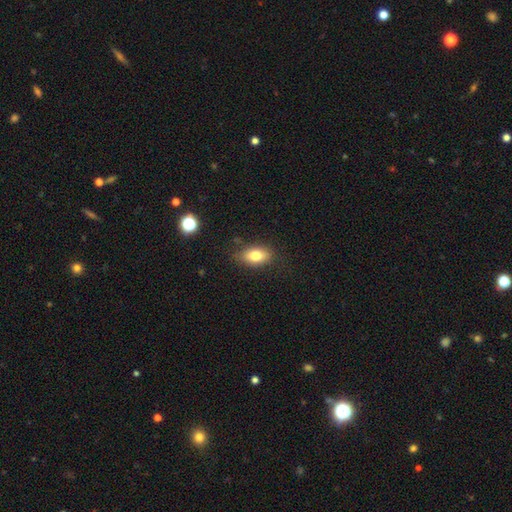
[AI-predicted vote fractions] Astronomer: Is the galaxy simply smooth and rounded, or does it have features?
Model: smooth — 77%.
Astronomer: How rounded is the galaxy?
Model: in between — 84%.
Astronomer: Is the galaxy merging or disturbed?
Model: none — 79%.